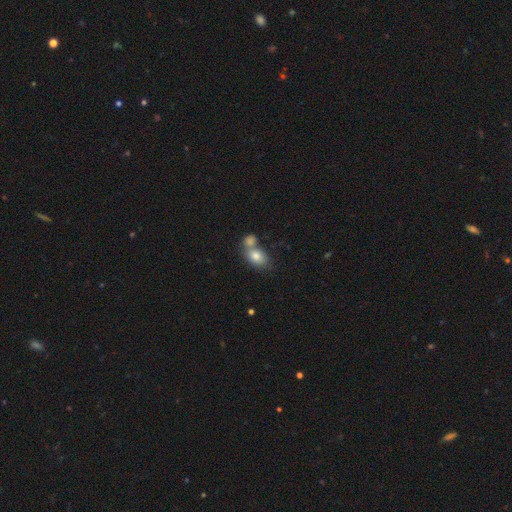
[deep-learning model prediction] smooth_or_featured: smooth (p=0.79) [alt: featured or disk p=0.12]
how_rounded: in between (p=0.72) [alt: round p=0.27]
merging: merger (p=0.53) [alt: none p=0.33]